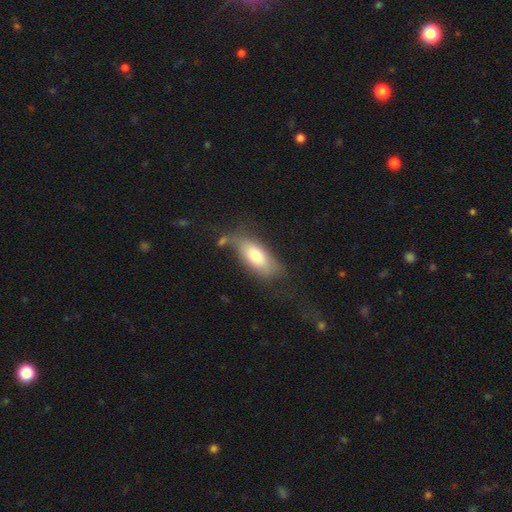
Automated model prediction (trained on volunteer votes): Smooth or featured?
  - smooth: 72% *
  - featured or disk: 21%
  - star or artifact: 7%
How rounded?
  - in between: 83% *
  - cigar-shaped: 14%
  - round: 3%
Merging?
  - none: 53% *
  - minor disturbance: 26%
  - major disturbance: 14%
  - merger: 8%